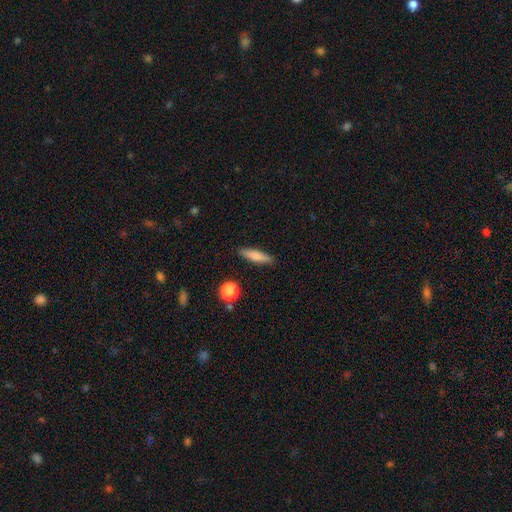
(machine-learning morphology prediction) smooth_or_featured: smooth (p=0.76) [alt: featured or disk p=0.17]
how_rounded: cigar-shaped (p=0.76) [alt: in between p=0.22]
merging: none (p=0.88) [alt: minor disturbance p=0.08]